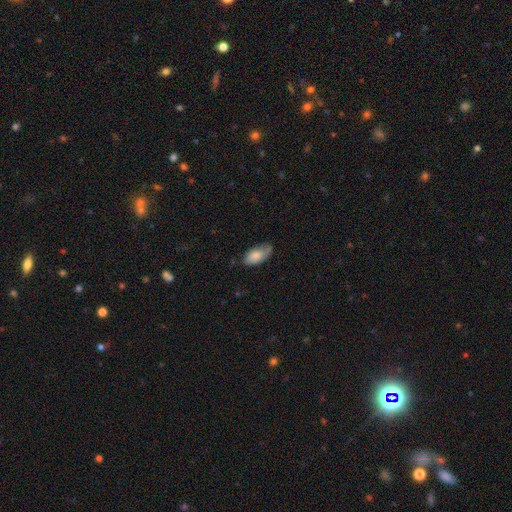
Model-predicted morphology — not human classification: Q: Smooth or featured?
A: smooth (77%); runner-up: featured or disk (17%)
Q: How rounded?
A: in between (93%); runner-up: cigar-shaped (4%)
Q: Merging?
A: none (59%); runner-up: minor disturbance (32%)